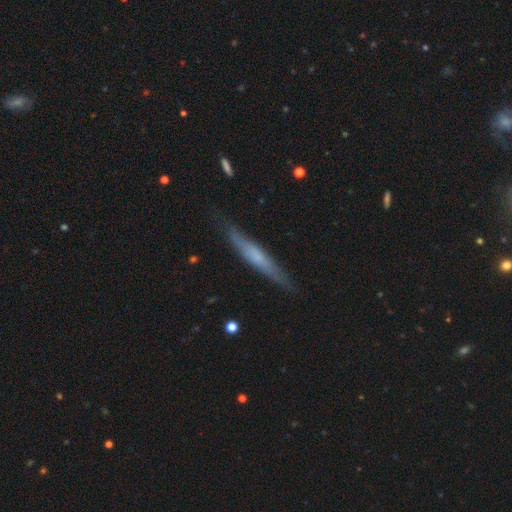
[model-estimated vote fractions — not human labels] featured or disk 49%, smooth 45%, star or artifact 6%. Down the decision tree: merging — none (81%).